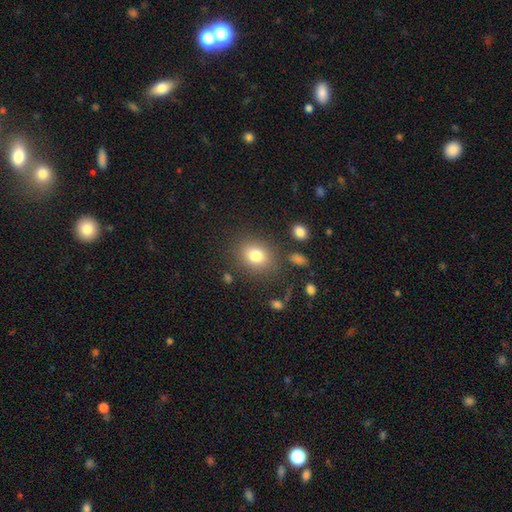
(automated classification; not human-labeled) This appears to be a smooth galaxy with no disk features (80%) that is round (54%). Merging: none (80%).